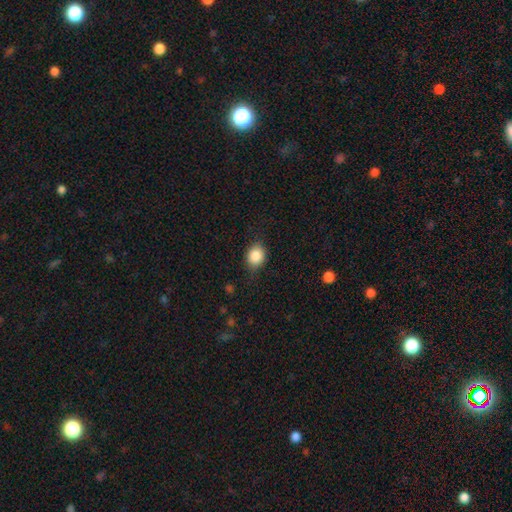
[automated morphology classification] smooth_or_featured: smooth (p=0.85) [alt: star or artifact p=0.09]
how_rounded: round (p=0.60) [alt: in between p=0.39]
merging: none (p=0.78) [alt: minor disturbance p=0.17]